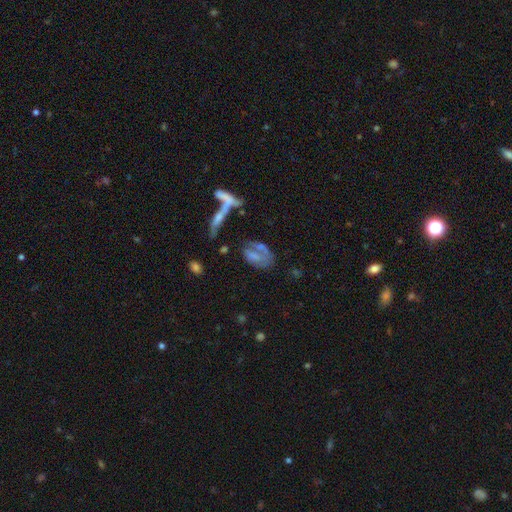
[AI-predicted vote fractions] The model was most divided on "merging": none: 31%, major disturbance: 29%, merger: 21%, minor disturbance: 19%. Remaining: smooth or featured — featured or disk (47%).